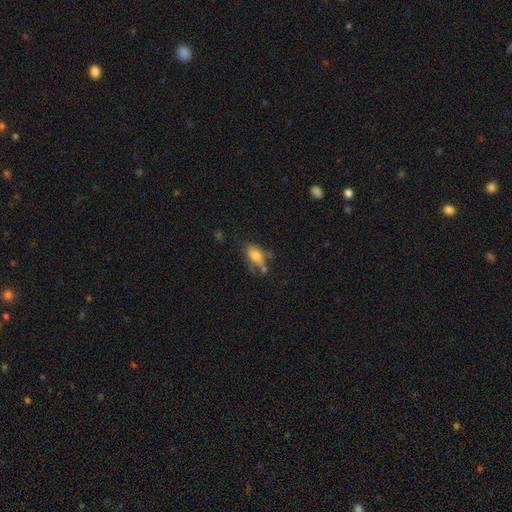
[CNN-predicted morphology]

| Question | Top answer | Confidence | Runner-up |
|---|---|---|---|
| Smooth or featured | smooth | 71% | featured or disk (20%) |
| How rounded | in between | 85% | cigar-shaped (9%) |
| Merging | none | 44% | minor disturbance (27%) |